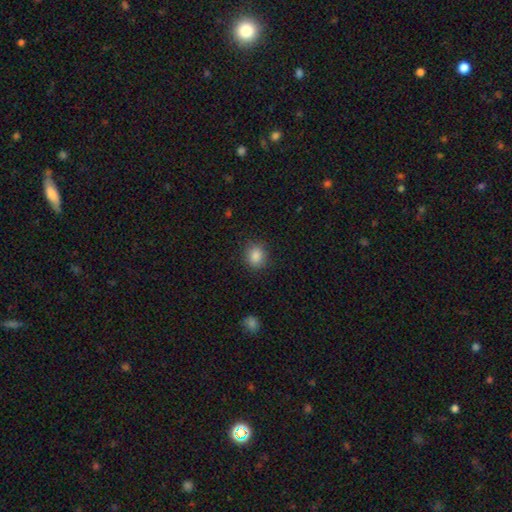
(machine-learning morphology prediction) type=smooth (86%); roundness=round (82%); merging=none (88%).